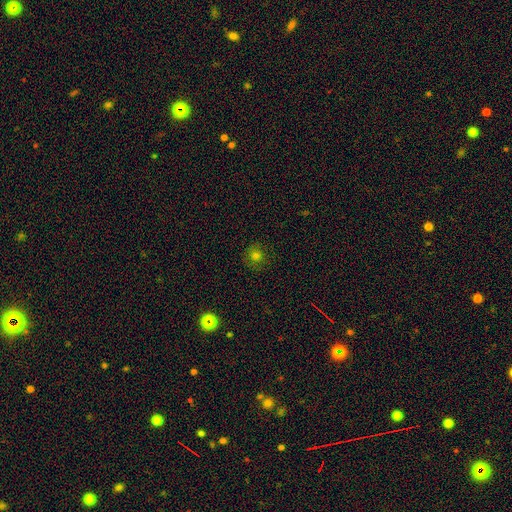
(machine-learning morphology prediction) The model was most divided on "smooth or featured": smooth: 73%, star or artifact: 19%, featured or disk: 8%. More confident: how rounded — round (88%); merging — none (83%).